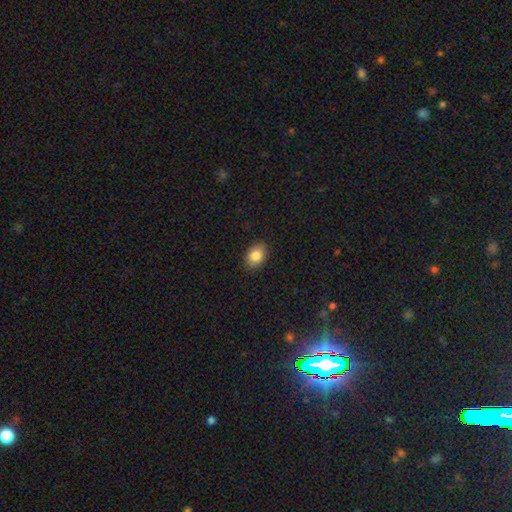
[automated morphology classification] smooth-or-featured: smooth: 85% | star or artifact: 8% | featured or disk: 7%
  how-rounded: in between: 78% | round: 21% | cigar-shaped: 1%
  merging: none: 88% | minor disturbance: 9% | major disturbance: 2% | merger: 1%